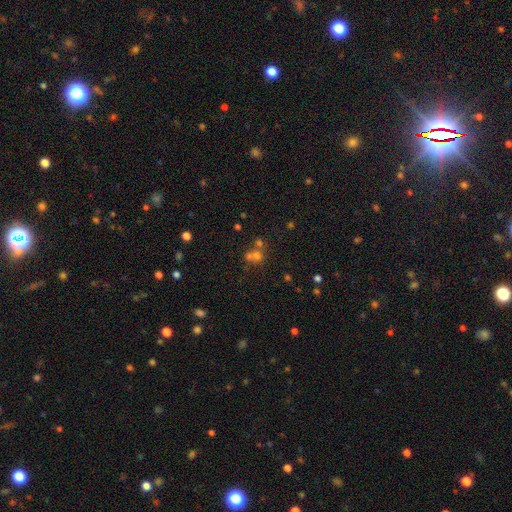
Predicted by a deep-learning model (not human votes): A smooth galaxy with no disk features (59%) that is round (81%). Merging: merger (46%).